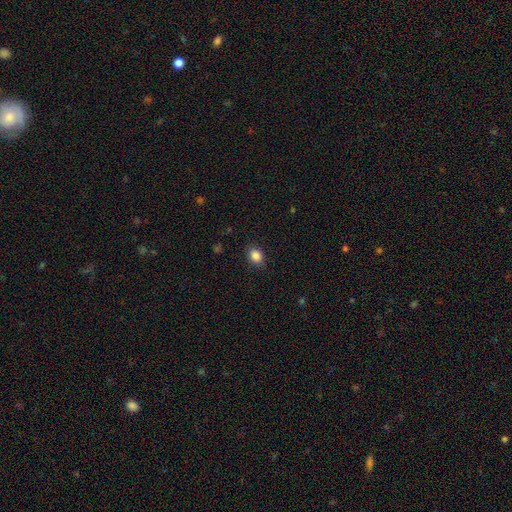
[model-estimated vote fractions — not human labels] smooth 86%, star or artifact 9%, featured or disk 4%. Down the decision tree: how rounded — in between (60%); merging — none (86%).